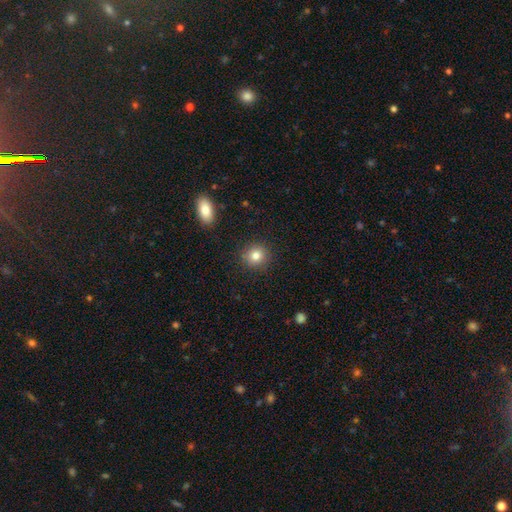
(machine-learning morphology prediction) Smooth or featured? Predicted: smooth (p=0.82). How rounded? Predicted: round (p=0.89). Merging? Predicted: none (p=0.90).